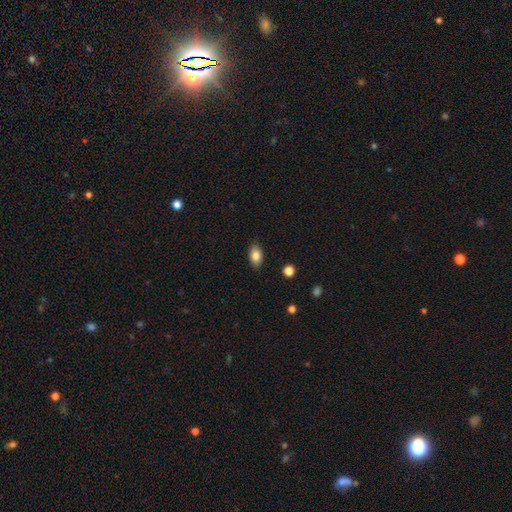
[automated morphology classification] A smooth galaxy with no disk features (84%) that is in between round and cigar-shaped (87%). Merging: none (87%).